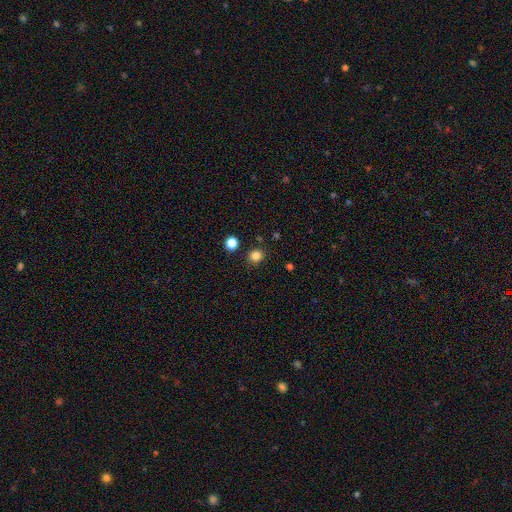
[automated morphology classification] smooth_or_featured: smooth (p=0.83) [alt: star or artifact p=0.13]
how_rounded: round (p=0.84) [alt: in between p=0.15]
merging: none (p=0.88) [alt: minor disturbance p=0.07]